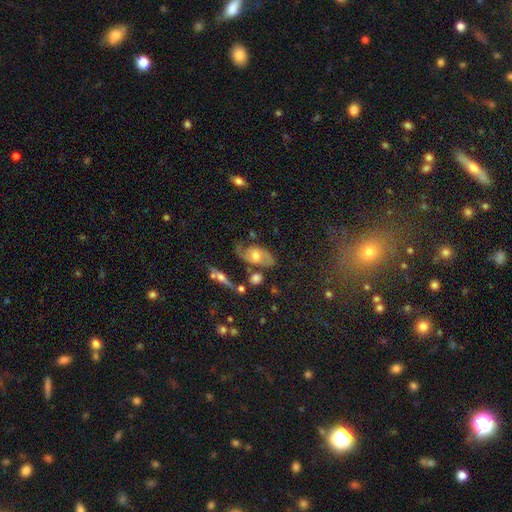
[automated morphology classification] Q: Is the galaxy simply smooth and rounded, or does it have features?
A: featured or disk — 51%.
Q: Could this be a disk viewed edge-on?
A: no — 87%.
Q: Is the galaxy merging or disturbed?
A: none — 47%.